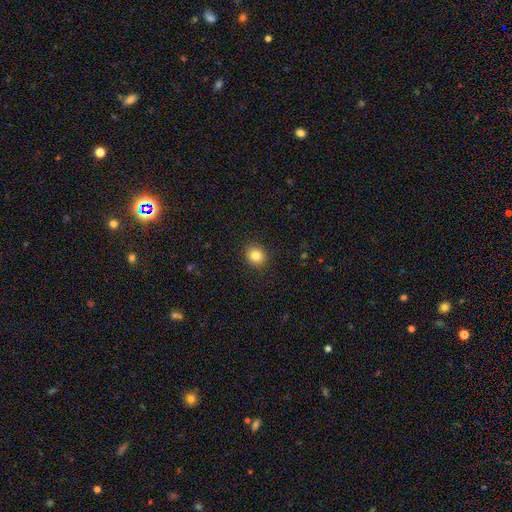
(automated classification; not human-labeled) A smooth galaxy with no disk features (83%) that is round (85%).

Vote fractions:
- Smooth or featured? smooth: 83% / star or artifact: 11% / featured or disk: 6%
- How rounded? round: 85% / in between: 14% / cigar-shaped: 1%
- Merging? none: 91% / minor disturbance: 6% / major disturbance: 2% / merger: 1%